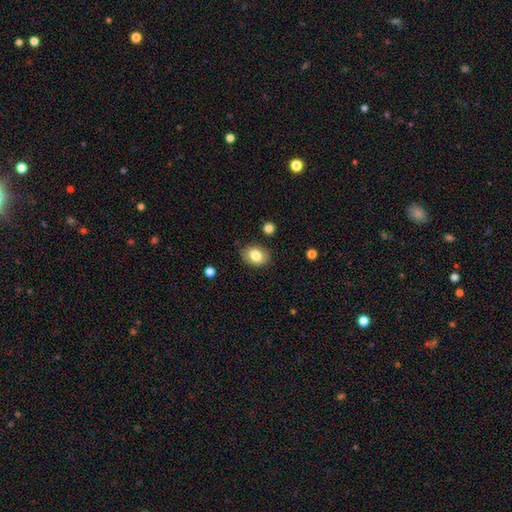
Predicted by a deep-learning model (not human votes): Smooth or featured? smooth (81%)
How rounded? in between (63%)
Merging? none (82%)